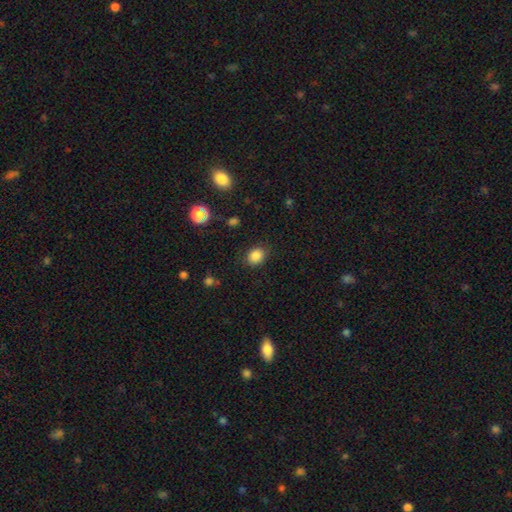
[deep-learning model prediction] This is clearly a smooth galaxy (85%). How rounded: possibly round (59%). Merging: clearly none (85%).